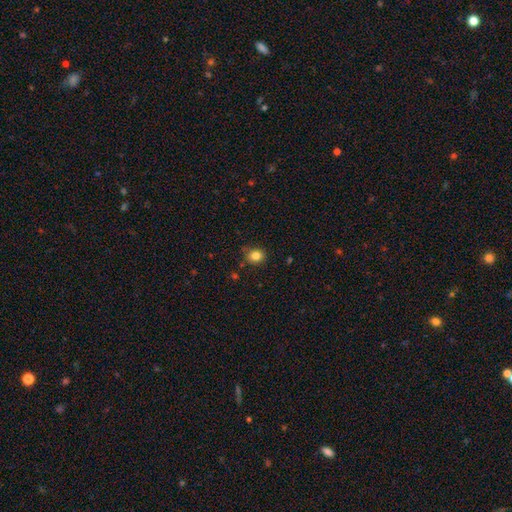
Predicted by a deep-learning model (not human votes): A smooth galaxy with no disk features (83%) that is round (77%).

Vote fractions:
- Smooth or featured? smooth: 83% / star or artifact: 11% / featured or disk: 5%
- How rounded? round: 77% / in between: 22% / cigar-shaped: 1%
- Merging? none: 82% / minor disturbance: 13% / major disturbance: 3% / merger: 2%